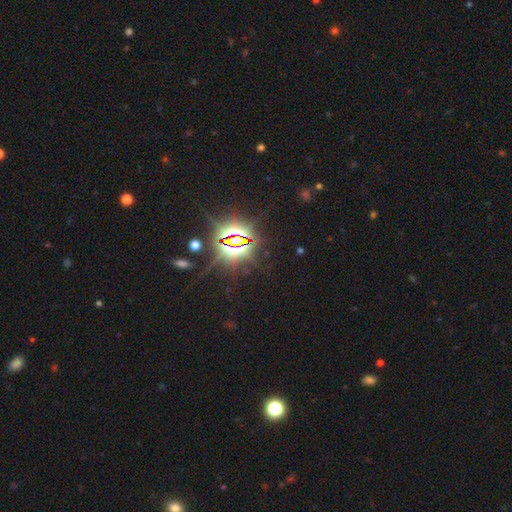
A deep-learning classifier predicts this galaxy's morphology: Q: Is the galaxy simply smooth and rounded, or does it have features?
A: star or artifact — 85%.